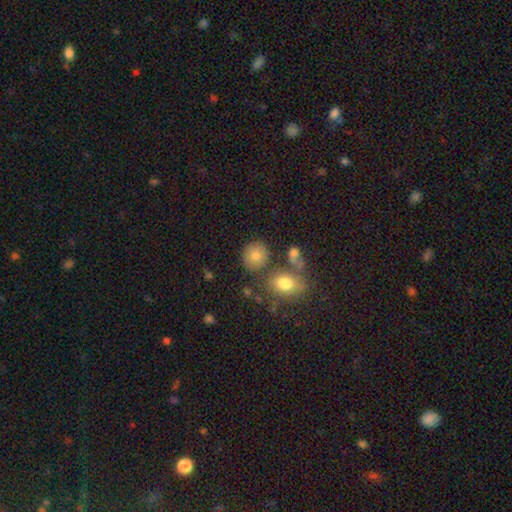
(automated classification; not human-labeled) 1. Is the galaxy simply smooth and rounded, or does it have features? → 79% smooth, 11% star or artifact, 10% featured or disk.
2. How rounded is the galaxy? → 80% round, 19% in between, 1% cigar-shaped.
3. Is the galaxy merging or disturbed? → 73% none, 12% minor disturbance, 11% merger, 4% major disturbance.